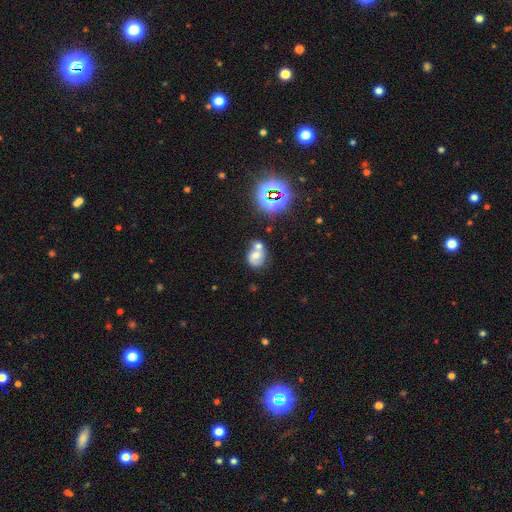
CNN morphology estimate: Smooth or featured? smooth (49%)
Merging? merger (57%)